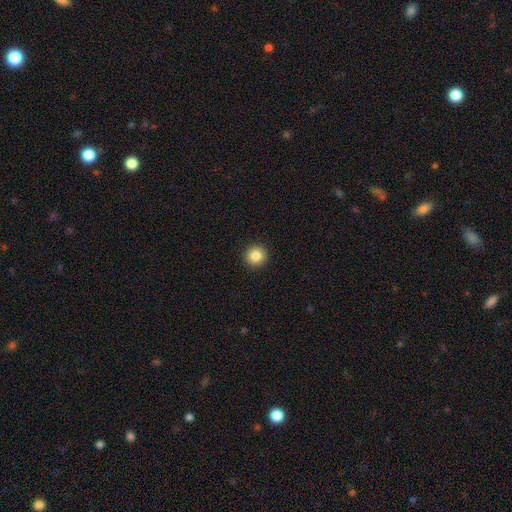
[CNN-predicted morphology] A smooth galaxy with no disk features (85%) that is round (95%).

Vote fractions:
- Smooth or featured? smooth: 85% / star or artifact: 10% / featured or disk: 5%
- How rounded? round: 95% / in between: 4% / cigar-shaped: 1%
- Merging? none: 93% / minor disturbance: 4% / major disturbance: 2% / merger: 1%